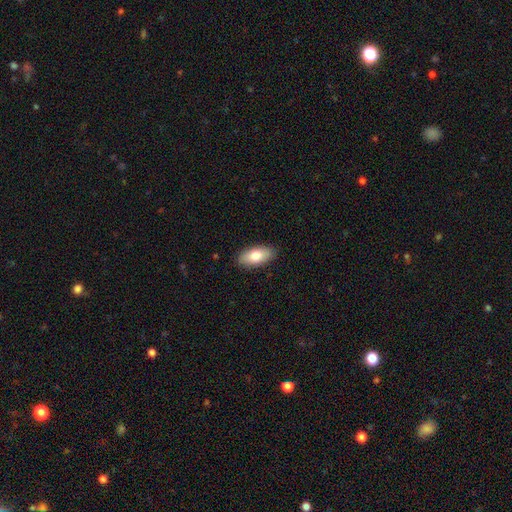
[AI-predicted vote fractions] This appears to be a smooth galaxy with no disk features (80%) that is in between round and cigar-shaped (89%). Merging: none (88%).